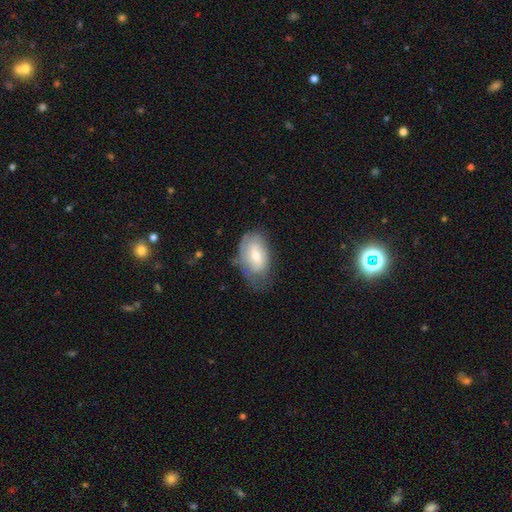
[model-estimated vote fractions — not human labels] Smooth or featured? smooth (52%)
How rounded? in between (90%)
Merging? none (53%)